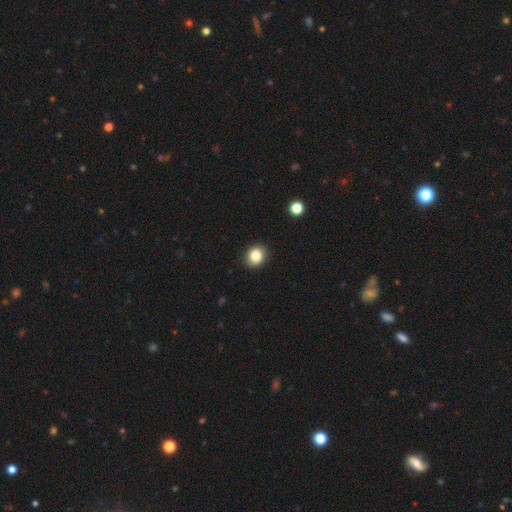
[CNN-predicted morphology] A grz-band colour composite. It shows a smooth galaxy with no disk features (85%) that is round (68%). Merging: none (89%).